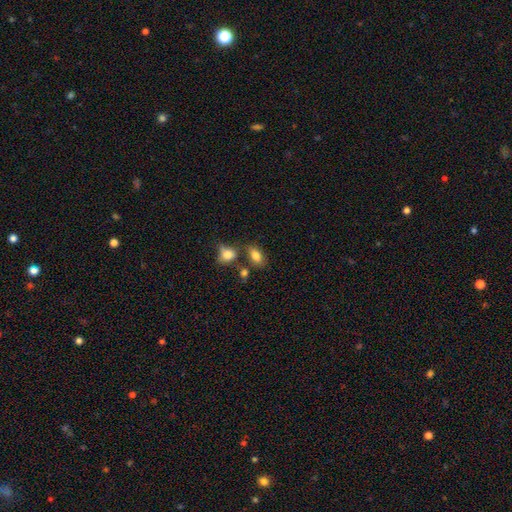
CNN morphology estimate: smooth-or-featured: smooth: 81% | featured or disk: 10% | star or artifact: 9%
  how-rounded: in between: 86% | round: 11% | cigar-shaped: 3%
  merging: none: 64% | merger: 16% | minor disturbance: 15% | major disturbance: 5%